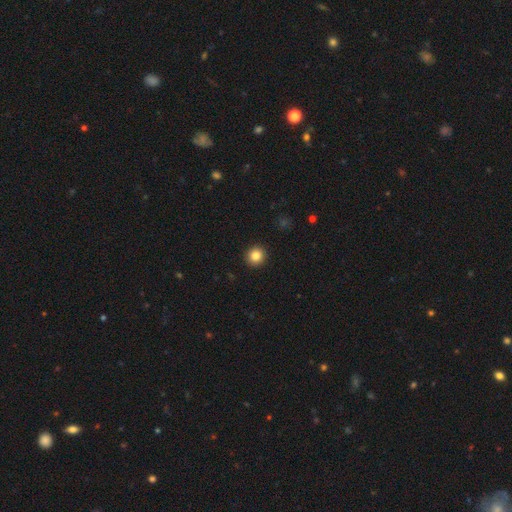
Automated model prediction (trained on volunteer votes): Overall: smooth (84%). How rounded: round (93%). Merging: none (93%).